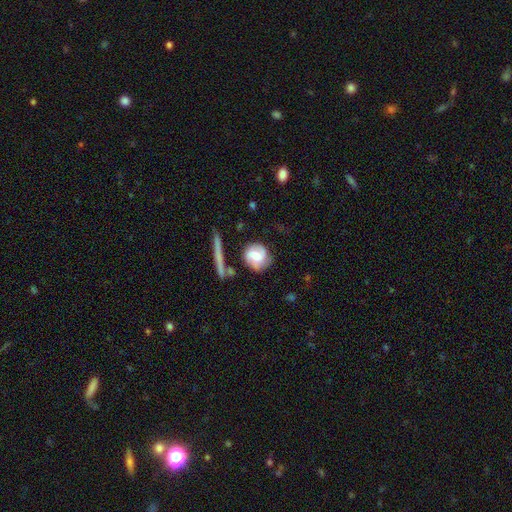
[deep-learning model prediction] Q: Smooth or featured?
A: featured or disk (51%); runner-up: smooth (42%)
Q: Edge-on disk?
A: no (95%); runner-up: yes (5%)
Q: Merging?
A: none (65%); runner-up: minor disturbance (20%)